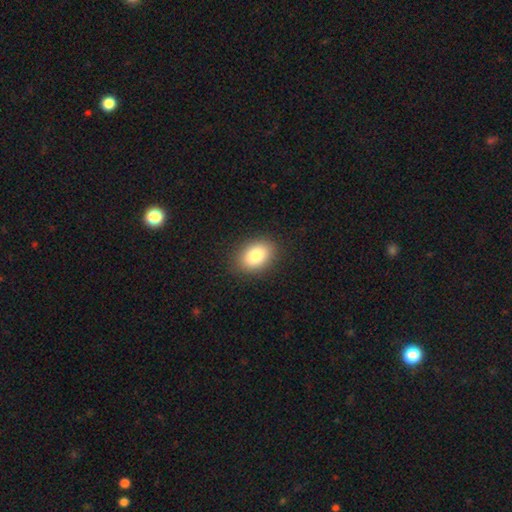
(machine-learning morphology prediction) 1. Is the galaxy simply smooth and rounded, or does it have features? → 82% smooth, 9% featured or disk, 9% star or artifact.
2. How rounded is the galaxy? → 78% in between, 21% round, 1% cigar-shaped.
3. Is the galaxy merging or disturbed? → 88% none, 8% minor disturbance, 2% major disturbance, 1% merger.